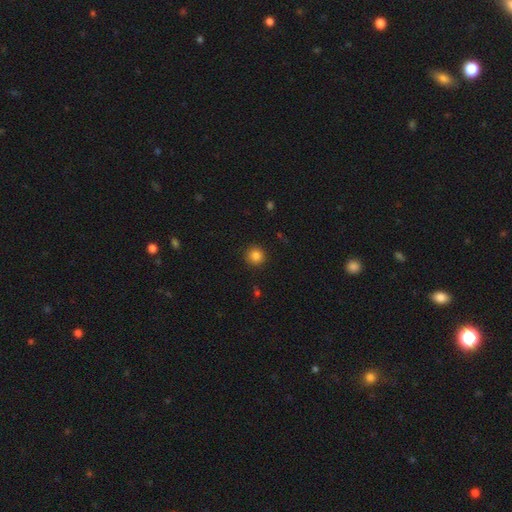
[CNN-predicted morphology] smooth_or_featured: smooth (p=0.85) [alt: star or artifact p=0.11]
how_rounded: round (p=0.94) [alt: in between p=0.05]
merging: none (p=0.91) [alt: minor disturbance p=0.06]